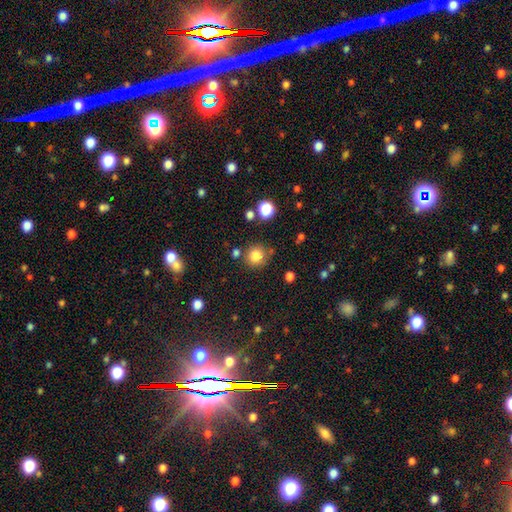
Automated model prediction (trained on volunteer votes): A smooth galaxy with no disk features (82%) that is round (91%). Merging: none (79%).